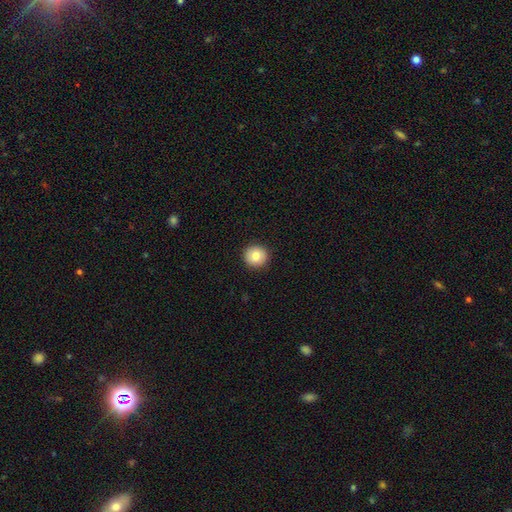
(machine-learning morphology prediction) The model was most divided on "smooth or featured": smooth: 82%, featured or disk: 10%, star or artifact: 9%. More confident: how rounded — round (95%); merging — none (93%).